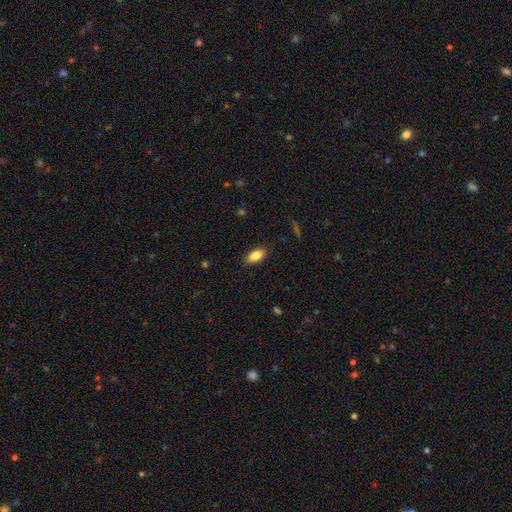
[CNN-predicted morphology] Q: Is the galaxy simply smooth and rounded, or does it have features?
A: smooth — 82%.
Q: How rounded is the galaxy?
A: in between — 88%.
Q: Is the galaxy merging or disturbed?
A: none — 86%.